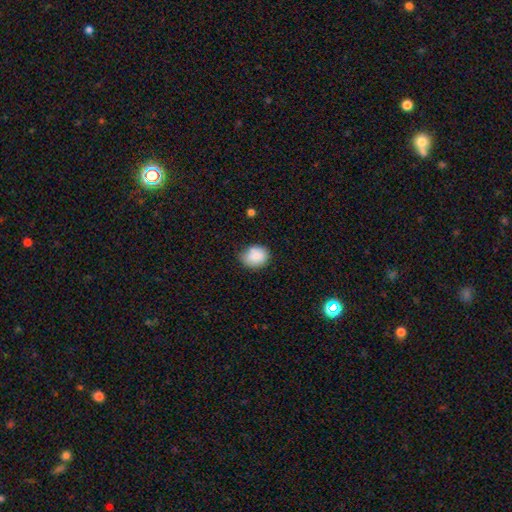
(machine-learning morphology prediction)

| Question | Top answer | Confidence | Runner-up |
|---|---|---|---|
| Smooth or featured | smooth | 86% | star or artifact (8%) |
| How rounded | round | 55% | in between (44%) |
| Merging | none | 67% | minor disturbance (25%) |